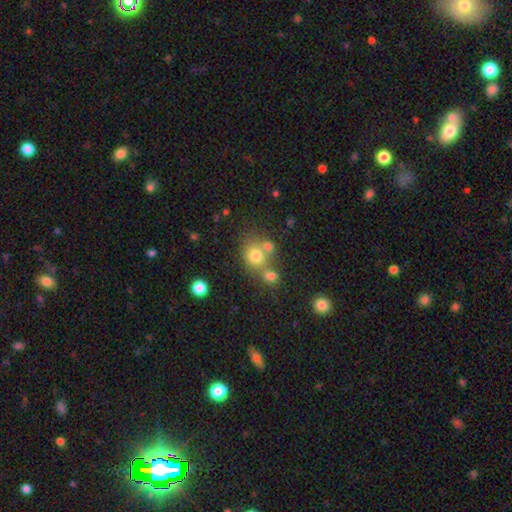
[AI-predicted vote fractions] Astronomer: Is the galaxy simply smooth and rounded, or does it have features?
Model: smooth — 73%.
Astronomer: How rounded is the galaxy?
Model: round — 81%.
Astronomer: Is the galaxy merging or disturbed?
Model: none — 48% (runner-up: merger, 36%).